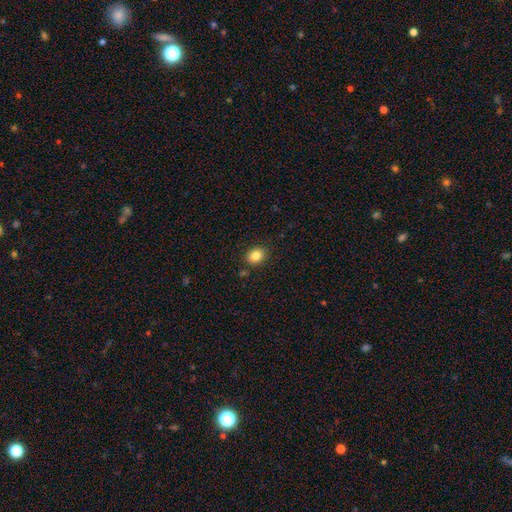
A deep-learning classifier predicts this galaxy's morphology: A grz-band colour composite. It shows a smooth galaxy with no disk features (84%) that is round (55%). Merging: none (86%).